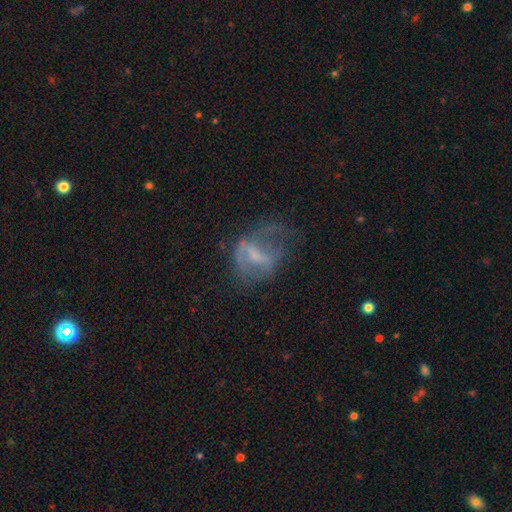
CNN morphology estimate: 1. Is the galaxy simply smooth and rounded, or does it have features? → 58% featured or disk, 30% smooth, 12% star or artifact.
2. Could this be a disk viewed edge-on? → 94% no, 6% yes.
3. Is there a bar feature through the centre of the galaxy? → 39% weak, 32% no, 29% strong.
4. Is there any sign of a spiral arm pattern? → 61% no, 39% yes.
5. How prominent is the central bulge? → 42% small, 32% none, 22% moderate, 3% large, 1% dominant.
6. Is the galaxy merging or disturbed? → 41% major disturbance, 33% none, 23% minor disturbance, 3% merger.